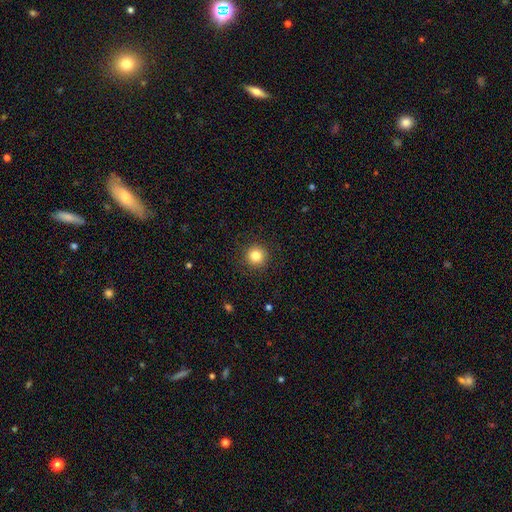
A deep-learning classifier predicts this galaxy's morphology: A smooth galaxy with no disk features (83%) that is round (95%).

Vote fractions:
- Smooth or featured? smooth: 83% / star or artifact: 11% / featured or disk: 6%
- How rounded? round: 95% / in between: 4% / cigar-shaped: 1%
- Merging? none: 92% / minor disturbance: 5% / major disturbance: 2% / merger: 1%